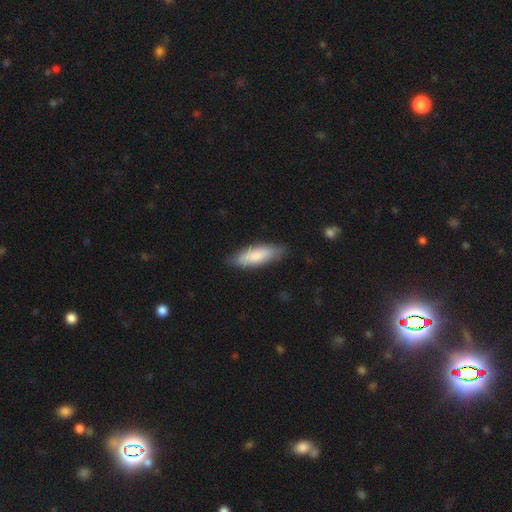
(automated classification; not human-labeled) A smooth galaxy with no disk features (82%) that is in between round and cigar-shaped (60%). Merging: none (80%).